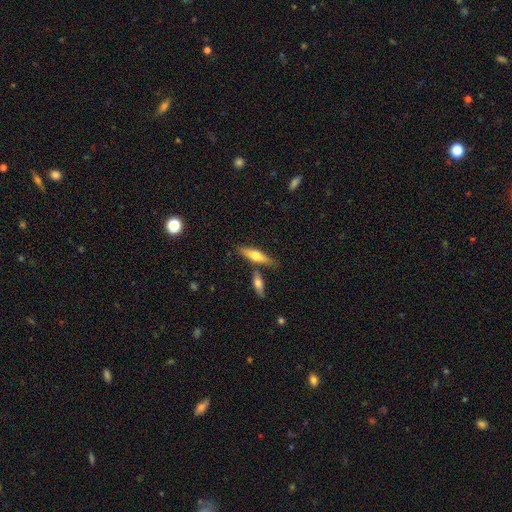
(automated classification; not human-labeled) This appears to be a smooth galaxy with no disk features (54%) that is cigar-shaped (65%). Merging: none (70%).